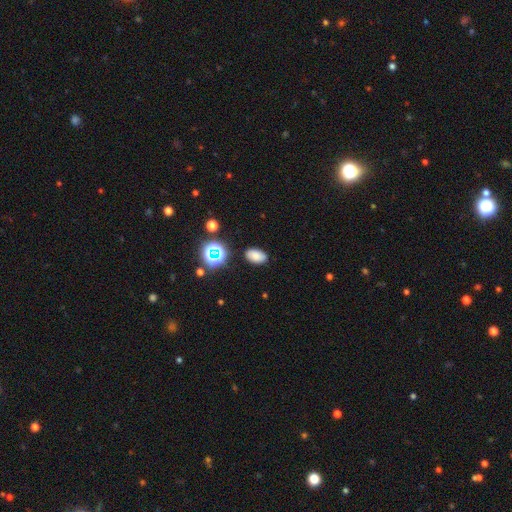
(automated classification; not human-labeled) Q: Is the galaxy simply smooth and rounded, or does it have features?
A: smooth — 77%.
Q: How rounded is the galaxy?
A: in between — 89%.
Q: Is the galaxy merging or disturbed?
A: none — 87%.